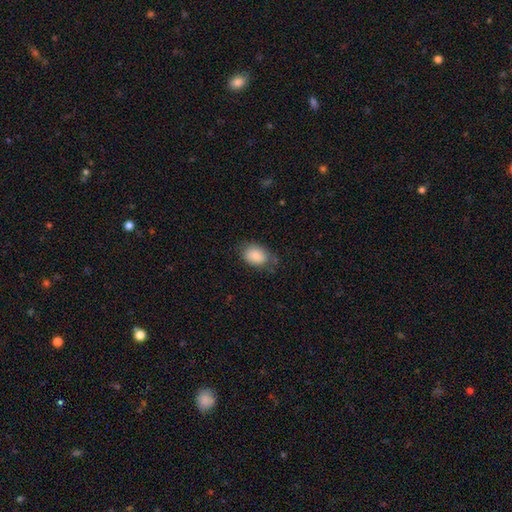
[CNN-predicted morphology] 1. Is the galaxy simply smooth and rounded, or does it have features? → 84% smooth, 9% featured or disk, 8% star or artifact.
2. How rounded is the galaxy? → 75% in between, 23% round, 1% cigar-shaped.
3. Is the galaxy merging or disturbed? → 68% none, 24% minor disturbance, 6% major disturbance, 2% merger.